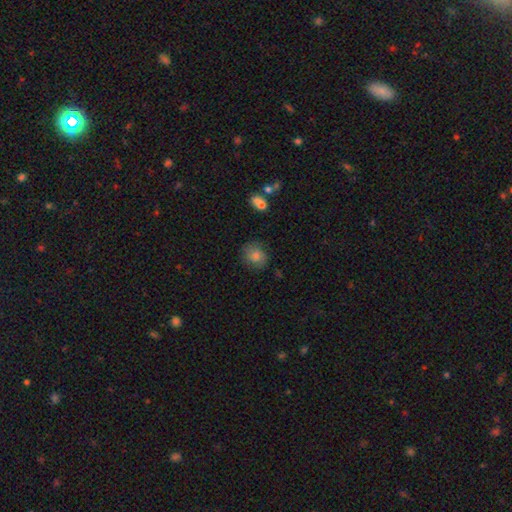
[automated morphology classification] Smooth or featured?
  - smooth: 69% *
  - featured or disk: 18%
  - star or artifact: 13%
How rounded?
  - round: 71% *
  - in between: 27%
  - cigar-shaped: 1%
Merging?
  - none: 78% *
  - minor disturbance: 16%
  - major disturbance: 4%
  - merger: 2%